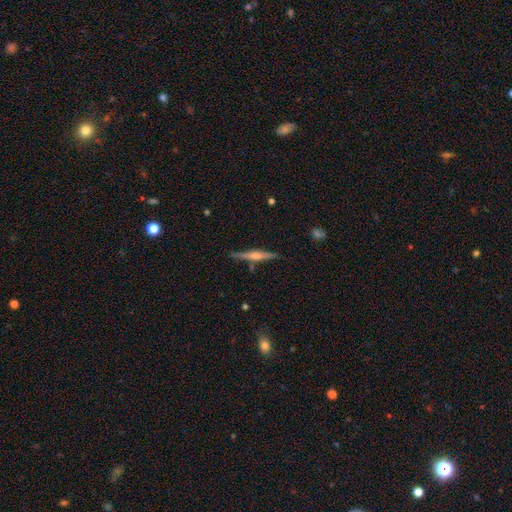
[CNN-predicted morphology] Smooth or featured? featured or disk (71%)
Edge-on disk? yes (98%)
Edge-on bulge? rounded (84%)
Merging? none (86%)